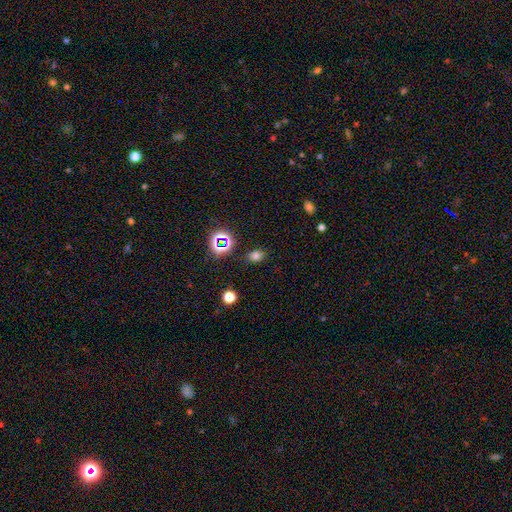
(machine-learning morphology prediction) smooth-or-featured: smooth: 71% | star or artifact: 22% | featured or disk: 6%
  how-rounded: in between: 70% | round: 29% | cigar-shaped: 2%
  merging: none: 83% | minor disturbance: 12% | major disturbance: 4% | merger: 2%